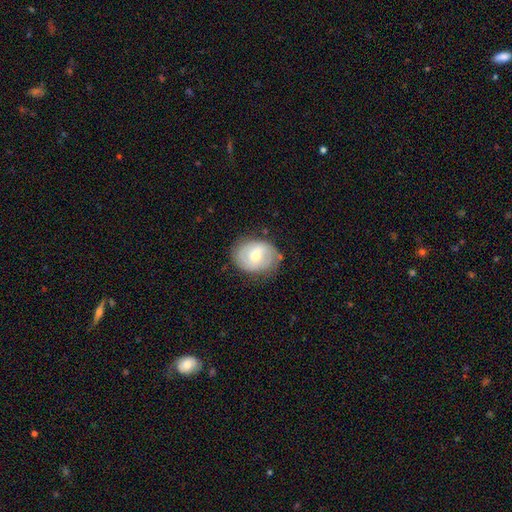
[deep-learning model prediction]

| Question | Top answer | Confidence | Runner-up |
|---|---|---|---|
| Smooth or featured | featured or disk | 51% | smooth (42%) |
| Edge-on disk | no | 95% | yes (5%) |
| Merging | none | 74% | minor disturbance (19%) |